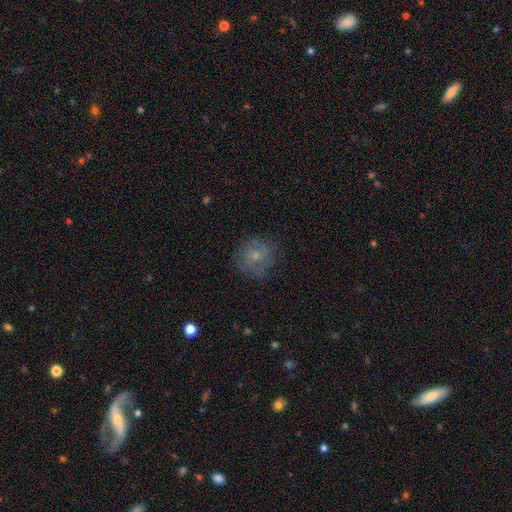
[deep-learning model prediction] Q: Smooth or featured?
A: smooth (58%); runner-up: featured or disk (32%)
Q: How rounded?
A: round (87%); runner-up: in between (12%)
Q: Merging?
A: none (73%); runner-up: minor disturbance (18%)